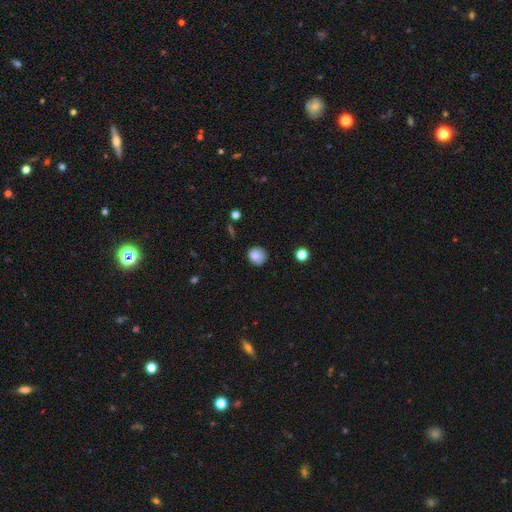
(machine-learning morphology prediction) smooth_or_featured: smooth (p=0.81) [alt: featured or disk p=0.09]
how_rounded: round (p=0.87) [alt: in between p=0.12]
merging: none (p=0.74) [alt: minor disturbance p=0.19]